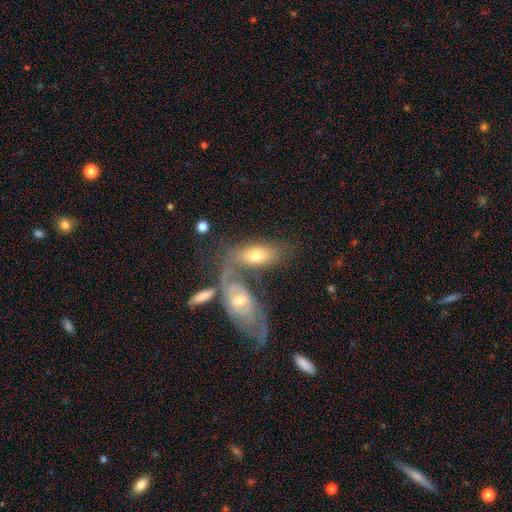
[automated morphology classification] smooth-or-featured: smooth: 49% | featured or disk: 44% | star or artifact: 7%
  merging: merger: 47% | none: 30% | minor disturbance: 14% | major disturbance: 10%